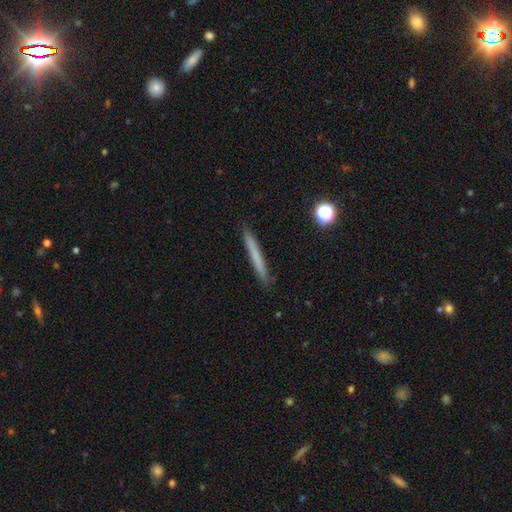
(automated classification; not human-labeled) Morphology: type=smooth (67%); roundness=cigar-shaped (97%); merging=none (91%).